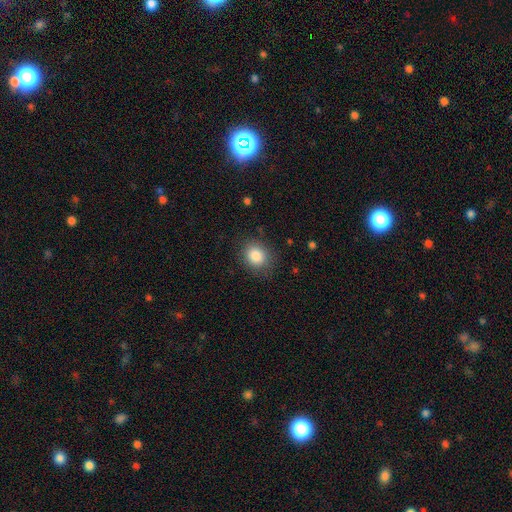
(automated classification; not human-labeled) Q: Smooth or featured?
A: smooth (85%); runner-up: star or artifact (9%)
Q: How rounded?
A: round (66%); runner-up: in between (33%)
Q: Merging?
A: none (83%); runner-up: minor disturbance (12%)